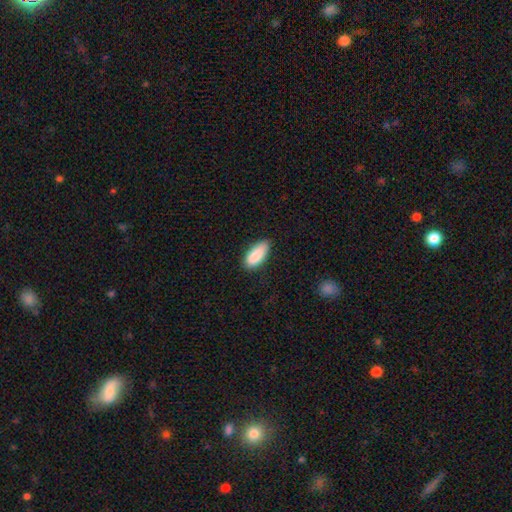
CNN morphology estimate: smooth-or-featured: smooth: 89% | star or artifact: 7% | featured or disk: 5%
  how-rounded: in between: 84% | cigar-shaped: 14% | round: 2%
  merging: none: 78% | minor disturbance: 18% | major disturbance: 3% | merger: 1%